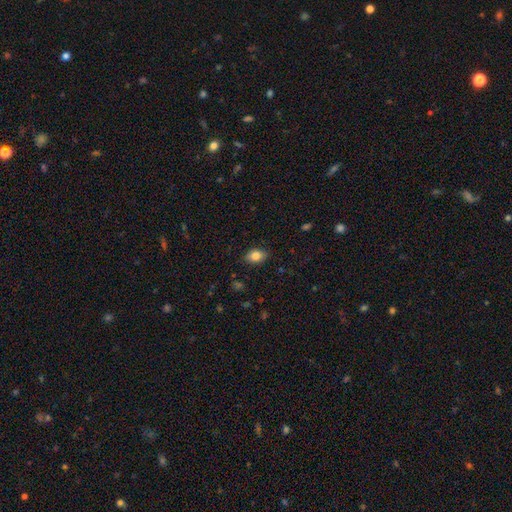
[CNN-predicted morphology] smooth 84%, star or artifact 8%, featured or disk 8%. Down the decision tree: how rounded — in between (80%); merging — none (85%).